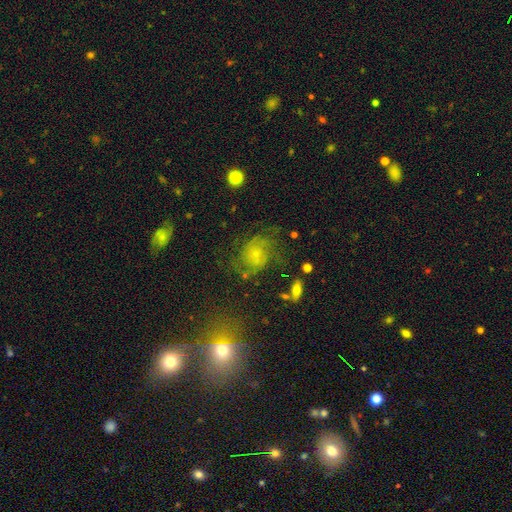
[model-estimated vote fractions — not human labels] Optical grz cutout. It shows a featured or disk galaxy (52%) with no bar (75%), spiral arms (86%) and a small central bulge (60%). Merging: none (66%).